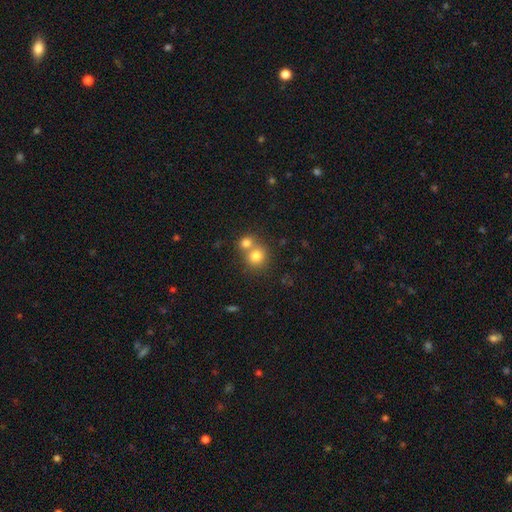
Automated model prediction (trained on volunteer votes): This is likely a smooth galaxy (78%). How rounded: clearly round (85%). Merging: possibly merger (48%).